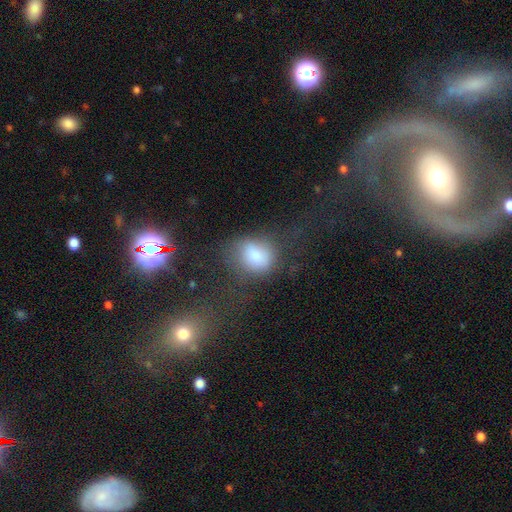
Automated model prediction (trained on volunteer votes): This is likely a smooth galaxy (77%). How rounded: possibly in between (57%). Merging: marginally none (44%).